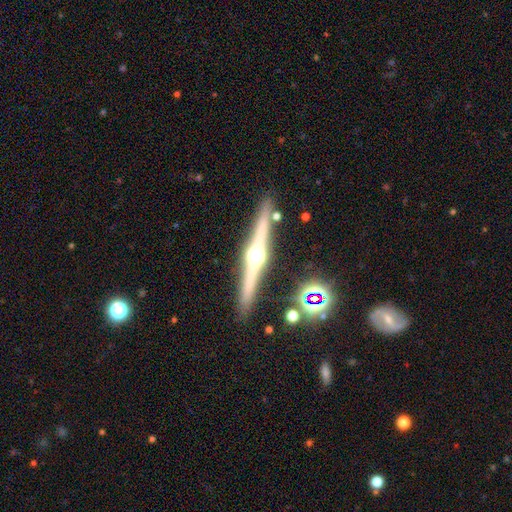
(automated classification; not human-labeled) Morphology: type=featured or disk (78%); edge-on=yes (98%); edge-on bulge=rounded (94%); merging=none (86%).